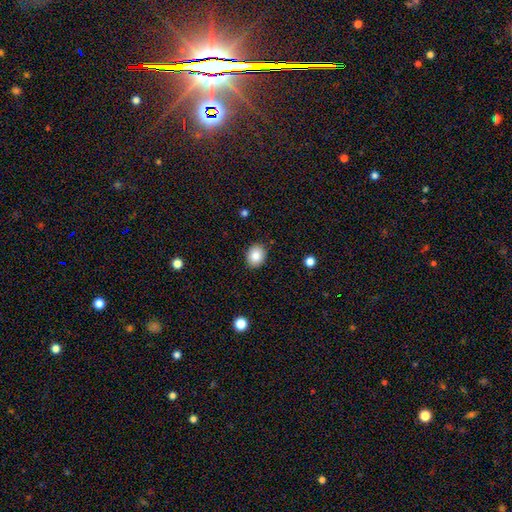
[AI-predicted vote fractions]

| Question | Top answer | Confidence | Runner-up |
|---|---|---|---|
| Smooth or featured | smooth | 86% | star or artifact (8%) |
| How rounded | round | 55% | in between (45%) |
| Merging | none | 88% | minor disturbance (8%) |